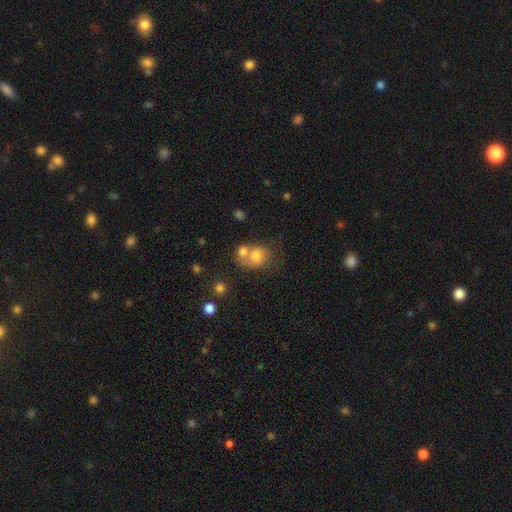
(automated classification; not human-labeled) A smooth galaxy with no disk features (68%) that is round (53%).

Vote fractions:
- Smooth or featured? smooth: 68% / featured or disk: 22% / star or artifact: 10%
- How rounded? round: 53% / in between: 46% / cigar-shaped: 1%
- Merging? merger: 51% / none: 29% / minor disturbance: 12% / major disturbance: 8%